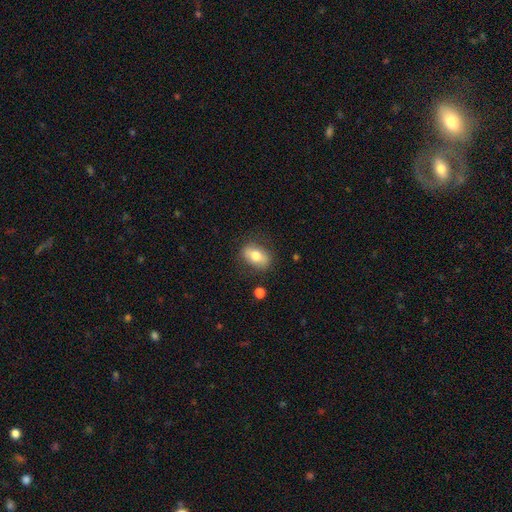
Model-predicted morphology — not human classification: type=smooth (70%); roundness=in between (82%); merging=none (79%).